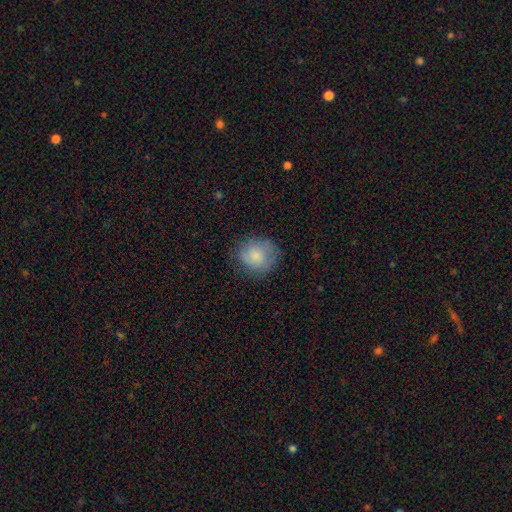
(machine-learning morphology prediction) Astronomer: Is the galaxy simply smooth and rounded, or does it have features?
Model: smooth — 77%.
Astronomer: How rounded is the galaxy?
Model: round — 81%.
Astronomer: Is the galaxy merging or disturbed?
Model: none — 71%.